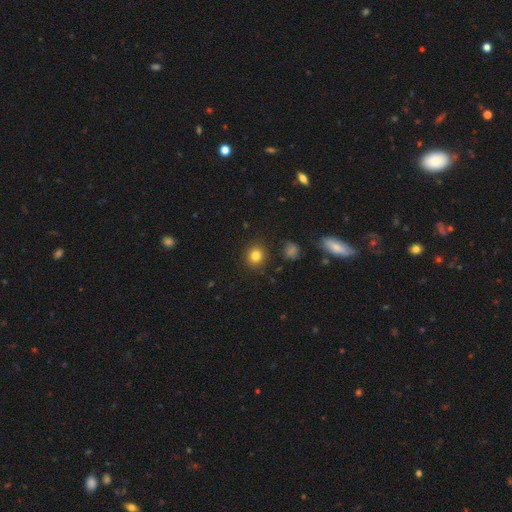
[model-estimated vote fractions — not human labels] Smooth or featured? smooth (82%)
How rounded? round (86%)
Merging? none (89%)